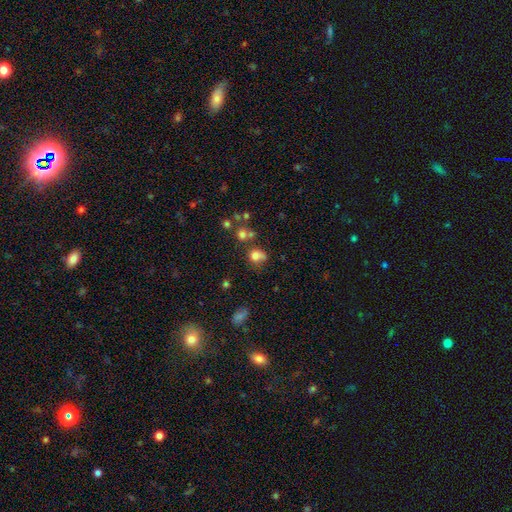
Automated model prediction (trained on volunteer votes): smooth_or_featured: smooth (p=0.73) [alt: star or artifact p=0.14]
how_rounded: round (p=0.66) [alt: in between p=0.33]
merging: none (p=0.42) [alt: merger p=0.22]